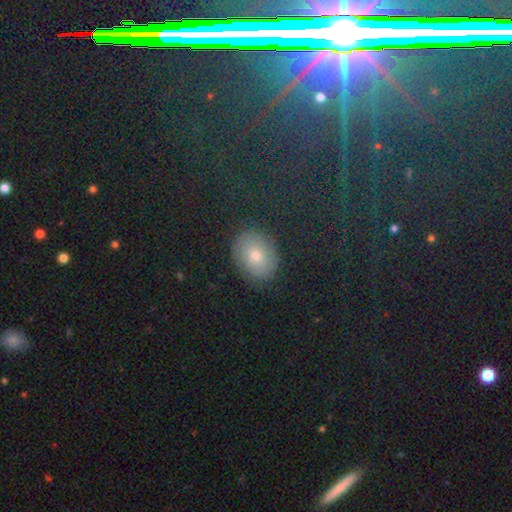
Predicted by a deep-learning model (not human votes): This is likely a smooth galaxy (64%). How rounded: possibly in between (58%). Merging: clearly none (88%).